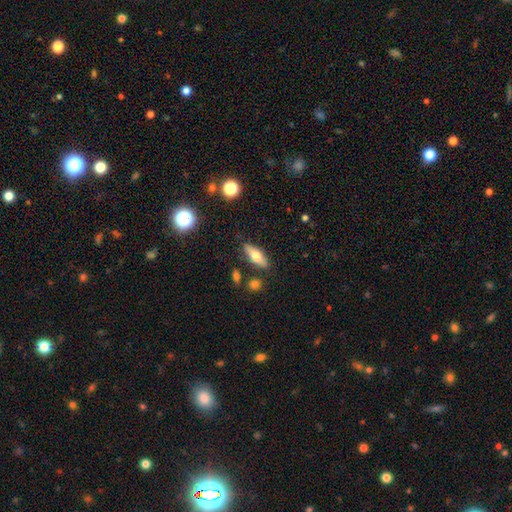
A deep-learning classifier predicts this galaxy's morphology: Smooth or featured? smooth (60%)
How rounded? in between (61%)
Merging? none (82%)